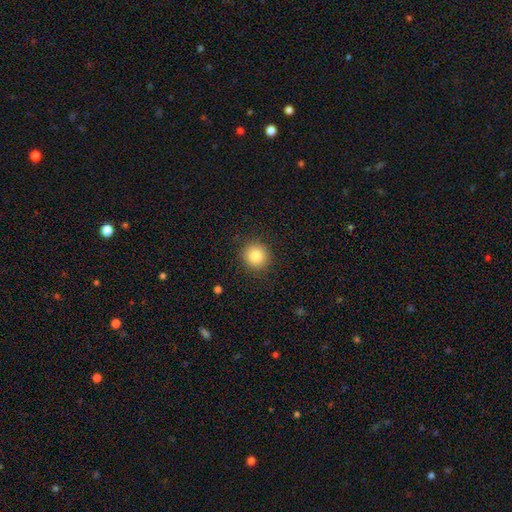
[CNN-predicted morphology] The model was most divided on "smooth or featured": smooth: 83%, star or artifact: 10%, featured or disk: 7%. More confident: how rounded — round (92%); merging — none (90%).